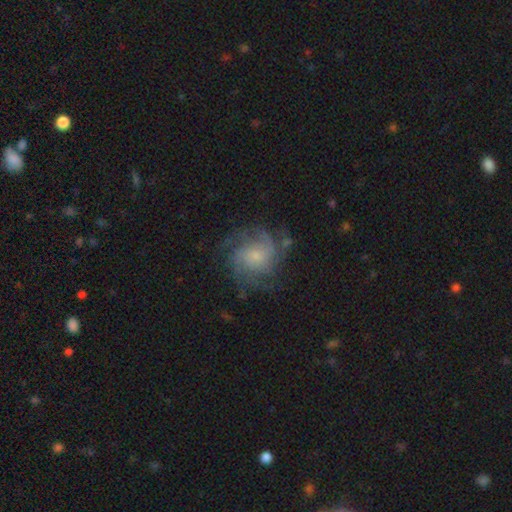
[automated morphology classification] type=featured or disk (77%); edge-on=no (98%); bar=no (70%); spiral arms=yes (94%); winding=medium (43%); arm count=can't tell (27%); bulge=small (61%); merging=none (69%).